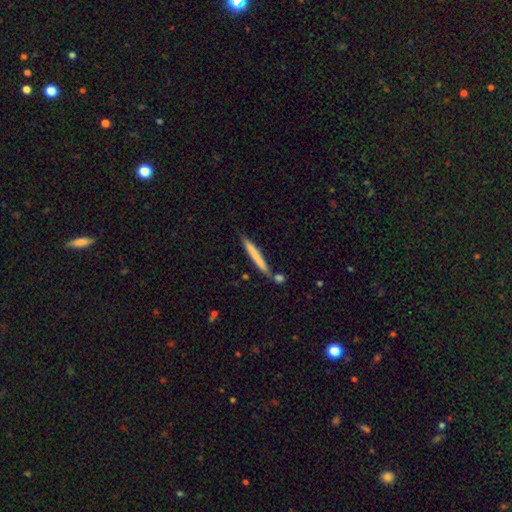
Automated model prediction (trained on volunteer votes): smooth 64%, featured or disk 30%, star or artifact 6%. Down the decision tree: how rounded — cigar-shaped (96%); merging — none (74%).